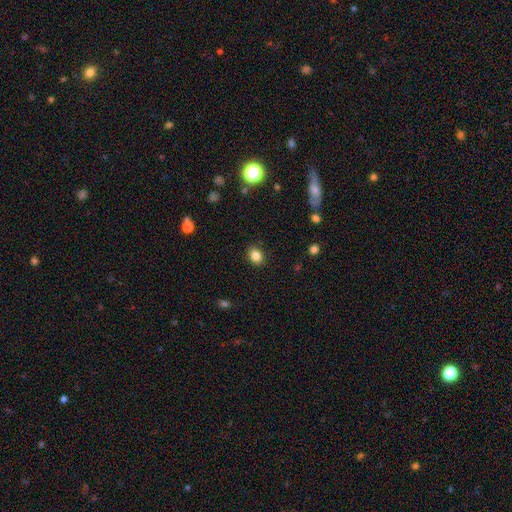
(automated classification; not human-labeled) Smooth or featured? Predicted: smooth (p=0.84). How rounded? Predicted: in between (p=0.54). Merging? Predicted: none (p=0.88).